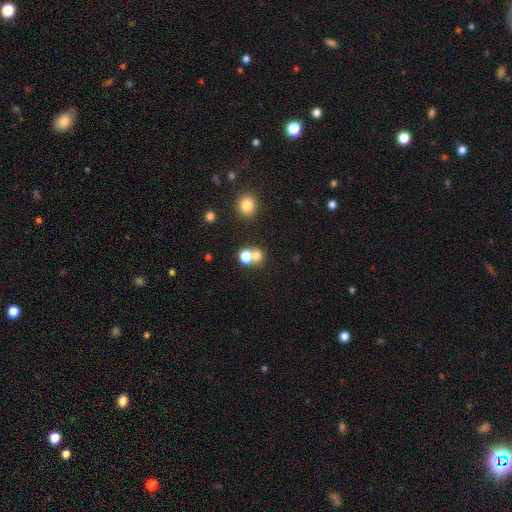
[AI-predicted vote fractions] Smooth or featured?
  - smooth: 74% *
  - star or artifact: 16%
  - featured or disk: 10%
How rounded?
  - round: 79% *
  - in between: 20%
  - cigar-shaped: 1%
Merging?
  - none: 47% *
  - merger: 43%
  - minor disturbance: 6%
  - major disturbance: 3%